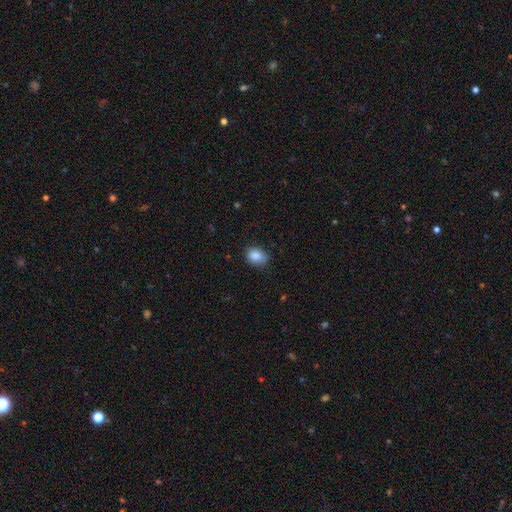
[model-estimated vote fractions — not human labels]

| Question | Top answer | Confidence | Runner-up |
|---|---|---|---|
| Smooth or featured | smooth | 87% | star or artifact (8%) |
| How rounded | in between | 63% | round (36%) |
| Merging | none | 73% | minor disturbance (22%) |